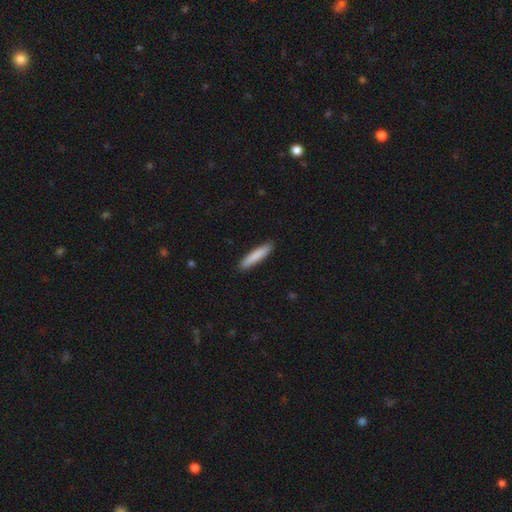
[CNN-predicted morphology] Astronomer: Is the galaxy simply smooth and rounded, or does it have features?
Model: smooth — 85%.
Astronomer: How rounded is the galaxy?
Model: cigar-shaped — 88%.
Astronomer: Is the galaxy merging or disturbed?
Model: none — 90%.